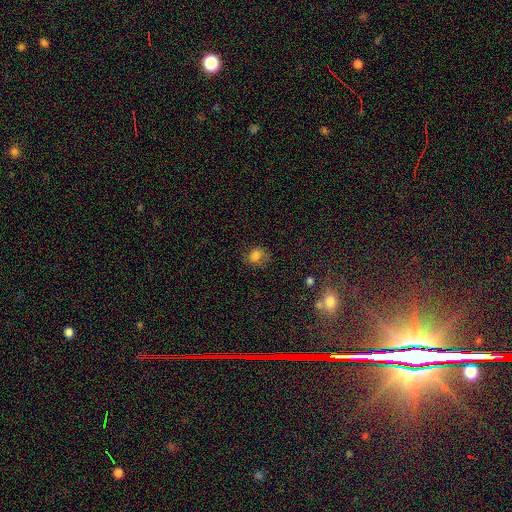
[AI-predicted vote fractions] A smooth galaxy with no disk features (76%) that is round (53%). Merging: none (63%).